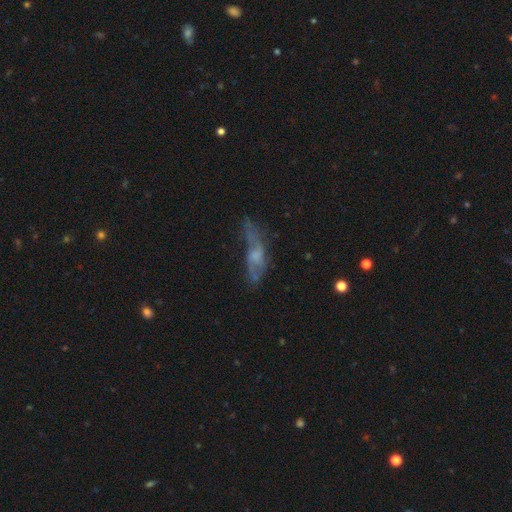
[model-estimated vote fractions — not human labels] smooth_or_featured: featured or disk (p=0.55) [alt: smooth p=0.33]
disk_edge_on: no (p=0.72) [alt: yes p=0.28]
merging: none (p=0.45) [alt: minor disturbance p=0.26]